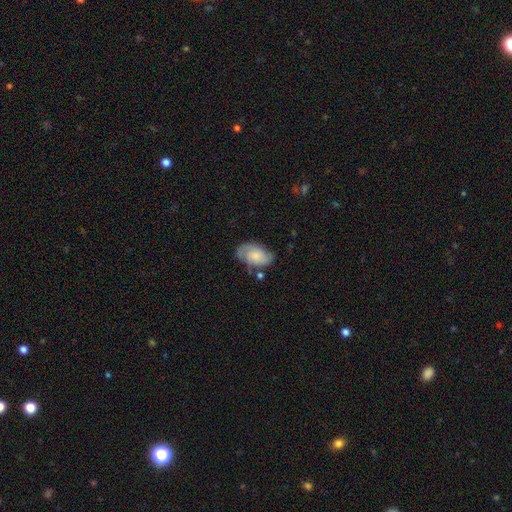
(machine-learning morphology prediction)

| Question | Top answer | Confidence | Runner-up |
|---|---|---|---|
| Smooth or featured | featured or disk | 50% | smooth (43%) |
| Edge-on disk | no | 96% | yes (4%) |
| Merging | none | 56% | minor disturbance (27%) |